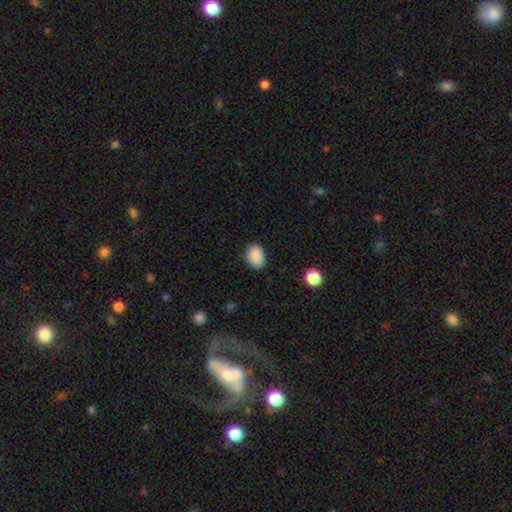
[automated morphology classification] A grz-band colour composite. It shows a smooth galaxy with no disk features (88%) that is in between round and cigar-shaped (73%). Merging: none (81%).